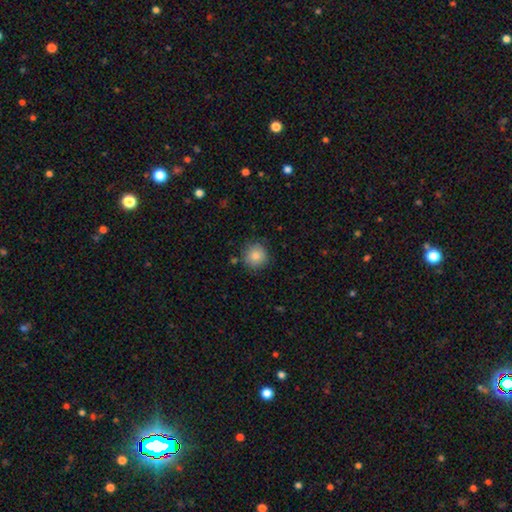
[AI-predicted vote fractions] This appears to be a smooth galaxy with no disk features (85%) that is round (92%). Merging: none (84%).